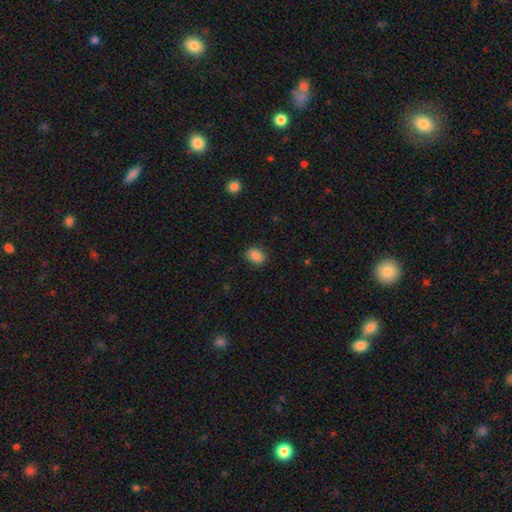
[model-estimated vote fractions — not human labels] Smooth or featured: smooth — 85% (star or artifact — 9%)
How rounded: in between — 55% (round — 44%)
Merging: none — 86% (minor disturbance — 10%)